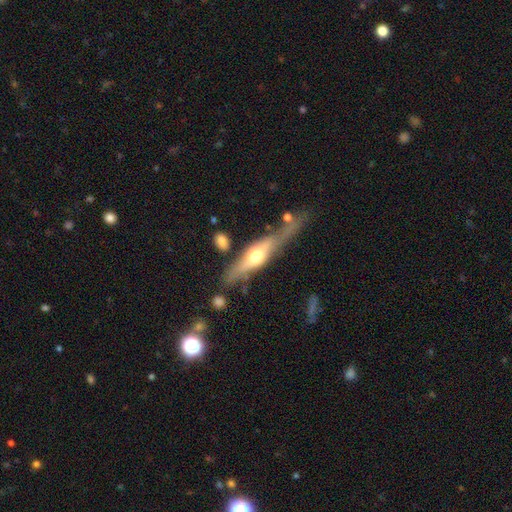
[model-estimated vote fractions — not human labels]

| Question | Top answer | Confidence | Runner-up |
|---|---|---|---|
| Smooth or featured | featured or disk | 66% | smooth (29%) |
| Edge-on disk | yes | 90% | no (10%) |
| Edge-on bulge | rounded | 90% | boxy (6%) |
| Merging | none | 57% | minor disturbance (23%) |